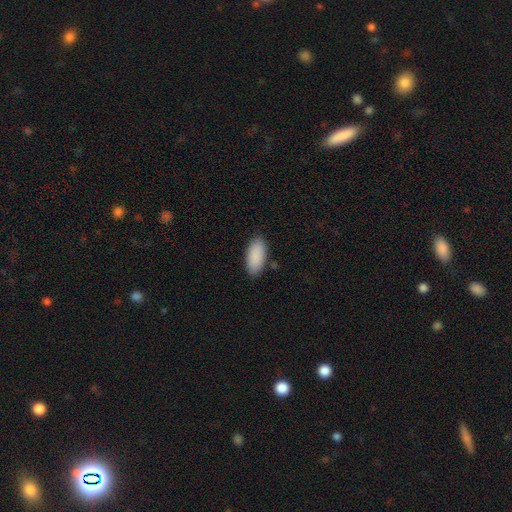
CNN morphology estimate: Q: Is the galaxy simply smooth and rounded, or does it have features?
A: smooth — 90%.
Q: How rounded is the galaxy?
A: in between — 92%.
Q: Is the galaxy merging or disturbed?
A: none — 86%.